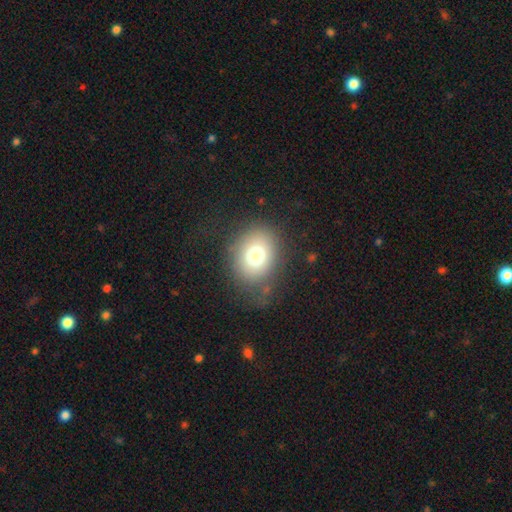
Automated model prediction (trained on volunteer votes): smooth_or_featured: smooth (p=0.71) [alt: star or artifact p=0.15]
how_rounded: round (p=0.58) [alt: in between p=0.41]
merging: none (p=0.76) [alt: minor disturbance p=0.14]